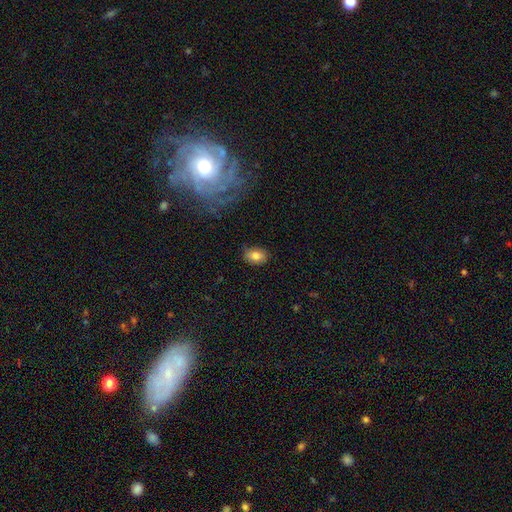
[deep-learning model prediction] Q: Smooth or featured?
A: smooth (79%); runner-up: featured or disk (12%)
Q: How rounded?
A: in between (81%); runner-up: round (18%)
Q: Merging?
A: none (79%); runner-up: minor disturbance (16%)